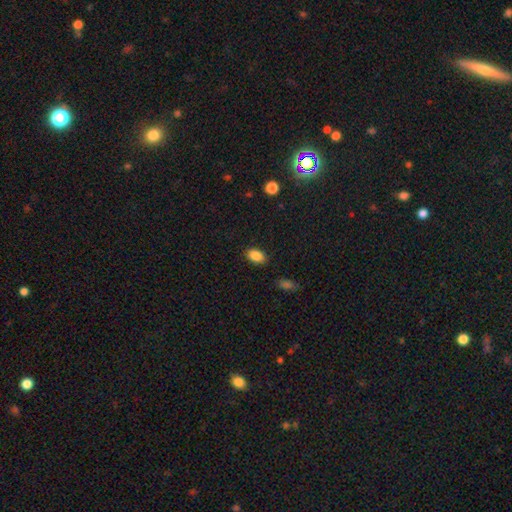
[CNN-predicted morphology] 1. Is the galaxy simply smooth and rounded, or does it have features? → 87% smooth, 9% star or artifact, 4% featured or disk.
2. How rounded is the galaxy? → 87% in between, 11% round, 1% cigar-shaped.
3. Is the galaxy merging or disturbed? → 87% none, 10% minor disturbance, 2% major disturbance, 1% merger.